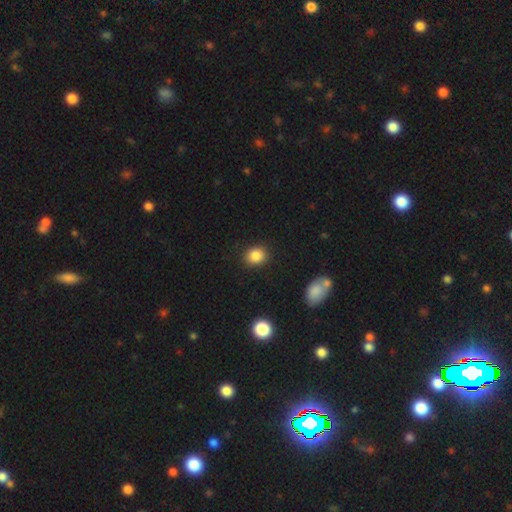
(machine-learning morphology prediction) Smooth or featured? smooth (86%)
How rounded? round (66%)
Merging? none (89%)